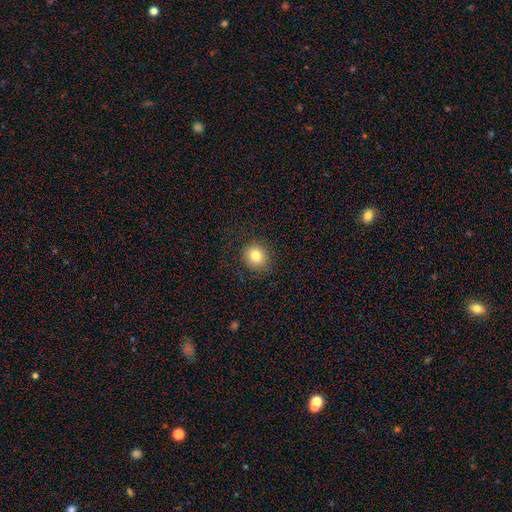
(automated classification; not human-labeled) Overall: smooth (80%). How rounded: round (81%). Merging: none (85%).